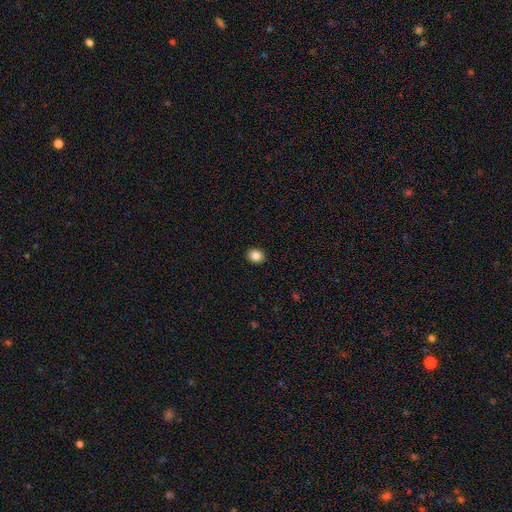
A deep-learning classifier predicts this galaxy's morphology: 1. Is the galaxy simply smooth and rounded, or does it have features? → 85% smooth, 10% star or artifact, 5% featured or disk.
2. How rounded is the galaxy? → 64% round, 35% in between, 1% cigar-shaped.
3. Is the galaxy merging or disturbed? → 91% none, 6% minor disturbance, 2% major disturbance, 1% merger.